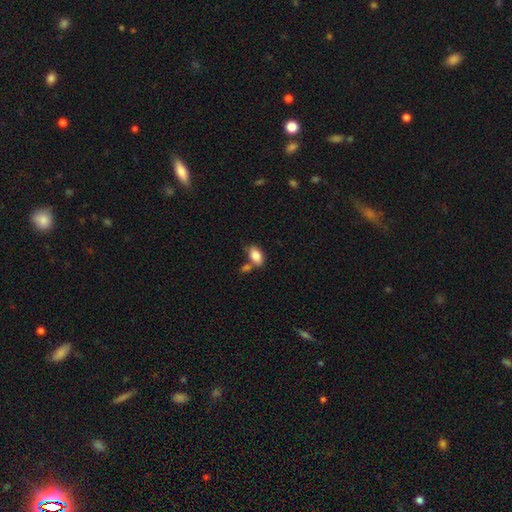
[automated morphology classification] smooth-or-featured: smooth: 83% | featured or disk: 9% | star or artifact: 8%
  how-rounded: in between: 91% | round: 6% | cigar-shaped: 2%
  merging: none: 55% | merger: 24% | minor disturbance: 17% | major disturbance: 5%